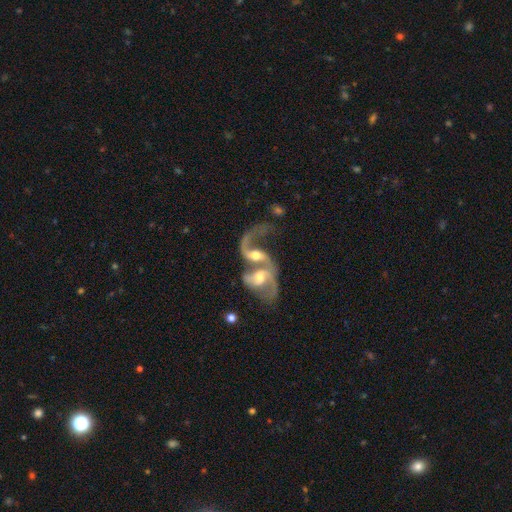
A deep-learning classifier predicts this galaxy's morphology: smooth_or_featured: featured or disk (p=0.79) [alt: smooth p=0.14]
disk_edge_on: no (p=0.96) [alt: yes p=0.04]
bar: no (p=0.45) [alt: weak p=0.38]
has_spiral_arms: yes (p=0.88) [alt: no p=0.12]
spiral_winding: loose (p=0.68) [alt: medium p=0.26]
spiral_arm_count: 2 (p=0.62) [alt: 1 p=0.26]
bulge_size: moderate (p=0.62) [alt: small p=0.21]
merging: merger (p=0.79) [alt: major disturbance p=0.09]